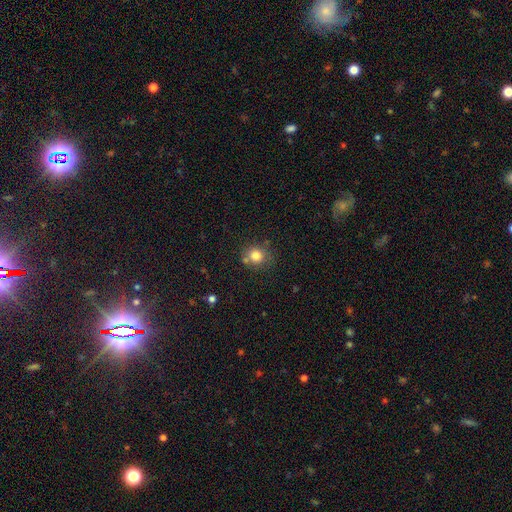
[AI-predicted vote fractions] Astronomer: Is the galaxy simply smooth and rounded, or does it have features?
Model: smooth — 81%.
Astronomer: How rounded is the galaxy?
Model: round — 80%.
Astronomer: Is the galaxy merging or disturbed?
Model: none — 67%.